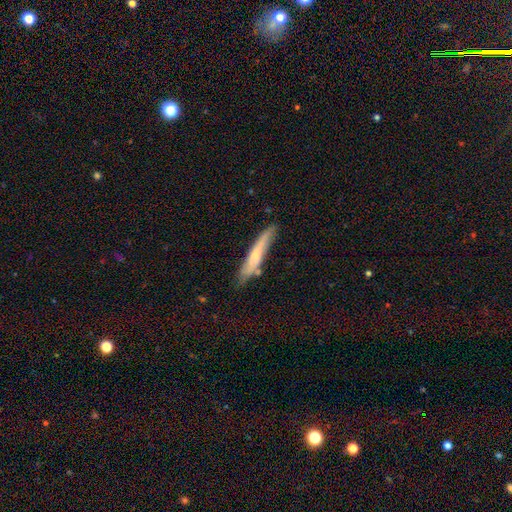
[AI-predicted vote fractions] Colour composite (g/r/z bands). It shows a smooth galaxy with no disk features (56%) that is cigar-shaped (92%). Merging: none (75%).